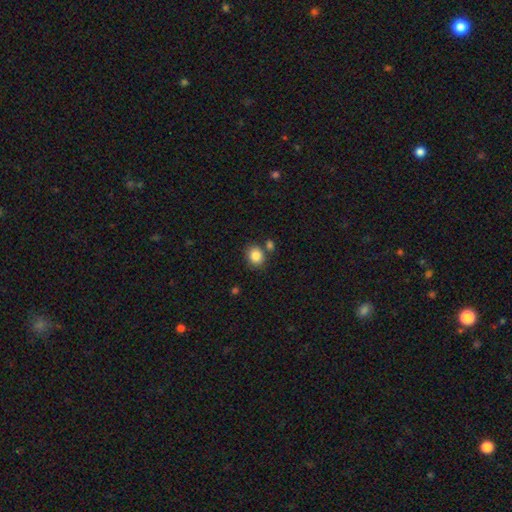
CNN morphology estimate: Smooth or featured? smooth (85%)
How rounded? round (68%)
Merging? none (73%)